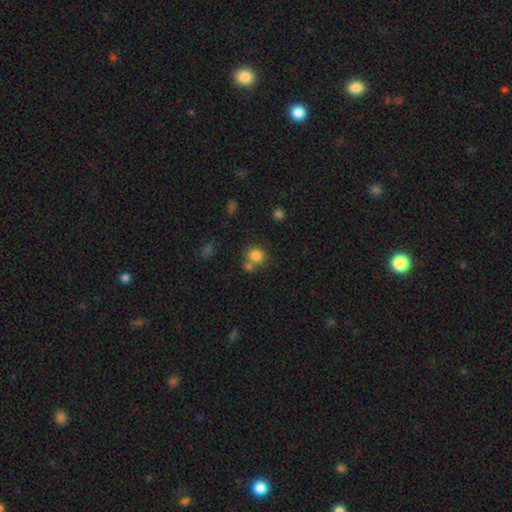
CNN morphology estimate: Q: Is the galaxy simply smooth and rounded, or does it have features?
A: smooth — 81%.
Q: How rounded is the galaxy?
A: round — 86%.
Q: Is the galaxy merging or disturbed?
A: none — 57%.